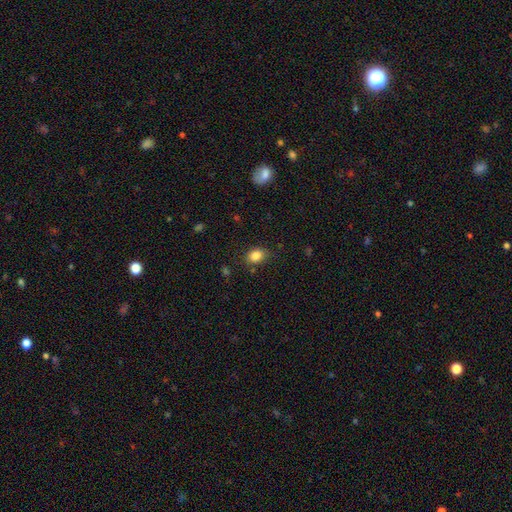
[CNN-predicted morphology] A smooth galaxy with no disk features (85%) that is in between round and cigar-shaped (65%). Merging: none (78%).